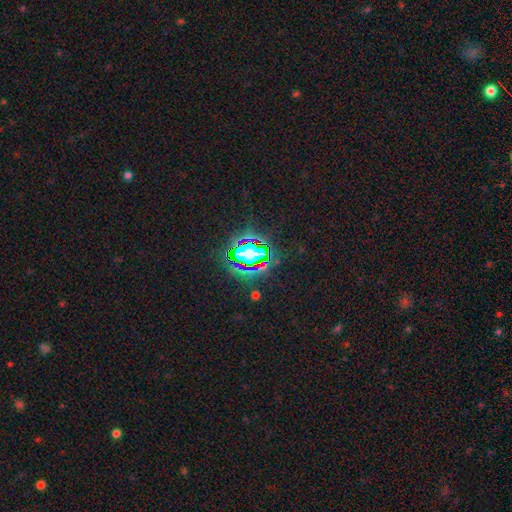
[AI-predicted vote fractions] star or artifact 80%, smooth 12%, featured or disk 8%.